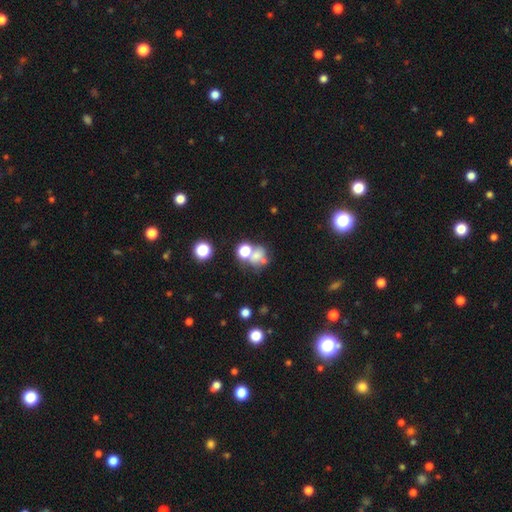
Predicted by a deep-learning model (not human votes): A smooth galaxy with no disk features (58%) that is round (64%). Merging: merger (40%).